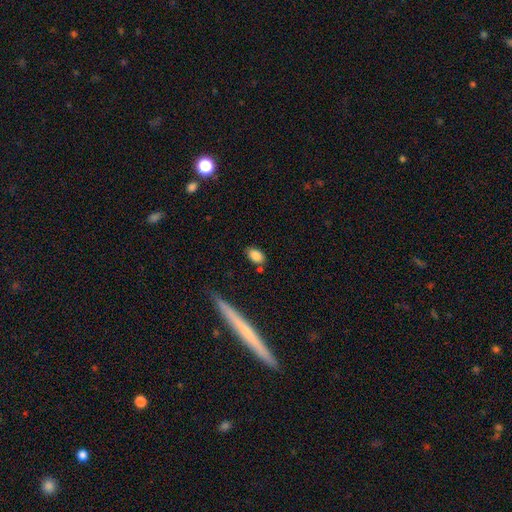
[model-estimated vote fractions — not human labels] Overall: smooth (85%). How rounded: in between (88%). Merging: none (78%).